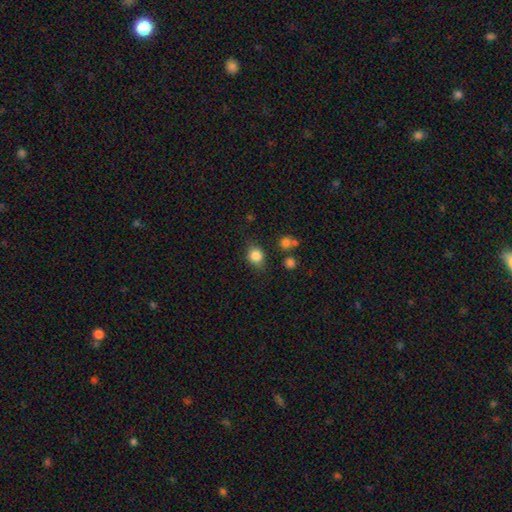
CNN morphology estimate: A smooth galaxy with no disk features (84%) that is round (68%).

Vote fractions:
- Smooth or featured? smooth: 84% / star or artifact: 10% / featured or disk: 6%
- How rounded? round: 68% / in between: 31% / cigar-shaped: 1%
- Merging? none: 77% / minor disturbance: 14% / major disturbance: 4% / merger: 4%